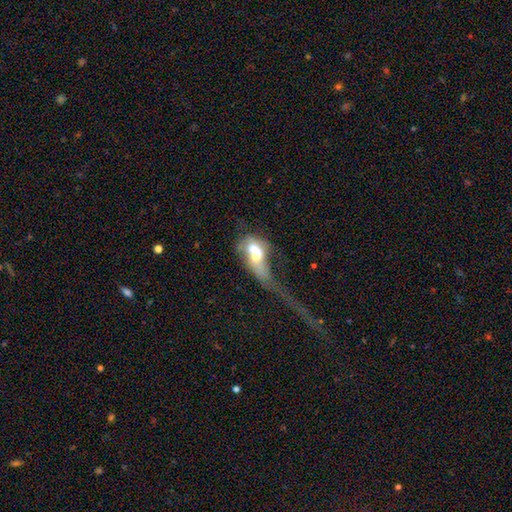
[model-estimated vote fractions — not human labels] Smooth or featured: smooth — 50% (featured or disk — 40%)
Merging: major disturbance — 42% (tied with merger — 42%)